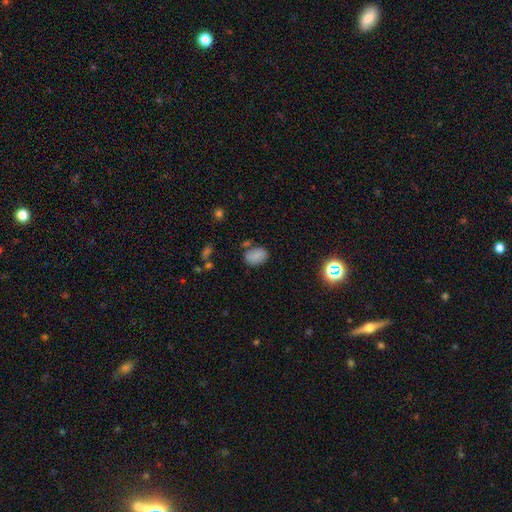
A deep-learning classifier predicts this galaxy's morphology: Smooth or featured?
  - smooth: 81% *
  - star or artifact: 11%
  - featured or disk: 8%
How rounded?
  - in between: 77% *
  - round: 22%
  - cigar-shaped: 1%
Merging?
  - none: 67% *
  - minor disturbance: 18%
  - merger: 10%
  - major disturbance: 5%